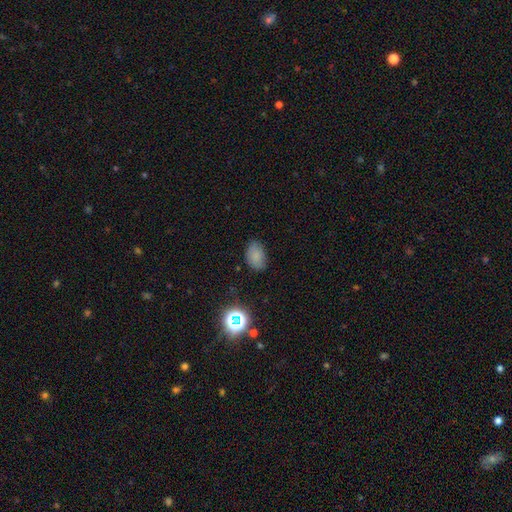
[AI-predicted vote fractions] A smooth galaxy with no disk features (78%) that is in between round and cigar-shaped (85%). Merging: none (76%).